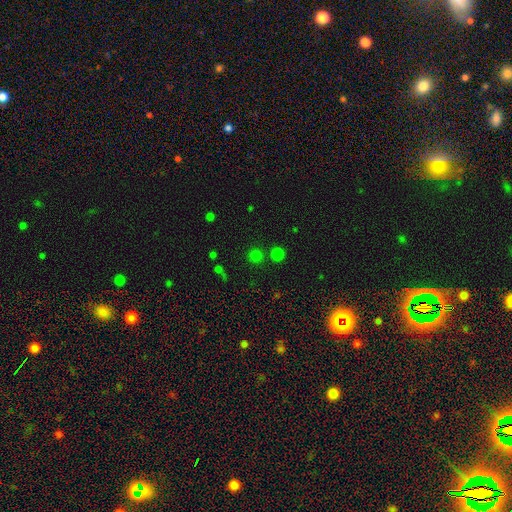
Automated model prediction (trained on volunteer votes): Smooth or featured?
  - smooth: 71% *
  - star or artifact: 24%
  - featured or disk: 5%
How rounded?
  - round: 93% *
  - in between: 6%
  - cigar-shaped: 1%
Merging?
  - none: 83% *
  - merger: 9%
  - minor disturbance: 6%
  - major disturbance: 3%